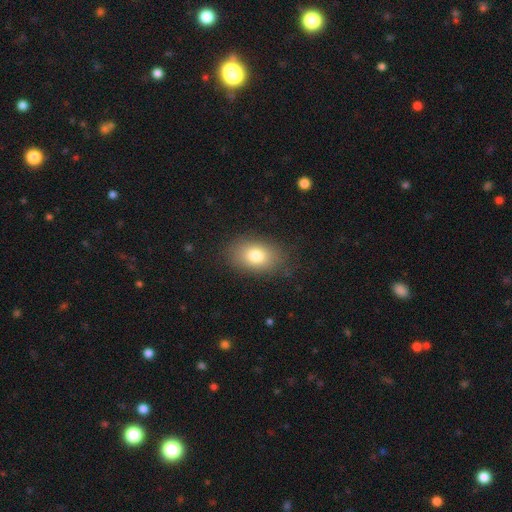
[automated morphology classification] Overall: smooth (79%). How rounded: in between (83%). Merging: none (82%).